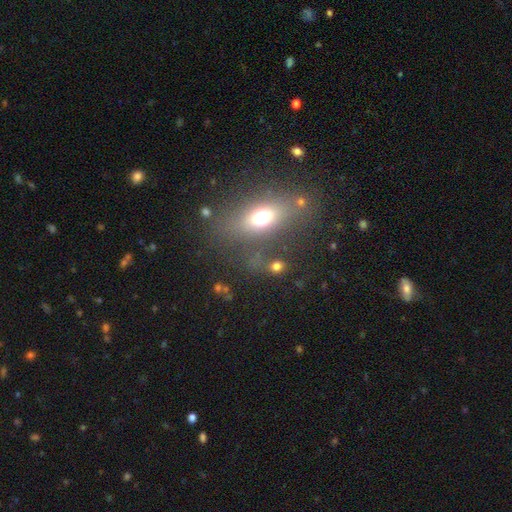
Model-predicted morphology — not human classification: The model was most divided on "smooth or featured": smooth: 59%, featured or disk: 23%, star or artifact: 18%. More confident: merging — none (74%); how rounded — in between (67%).